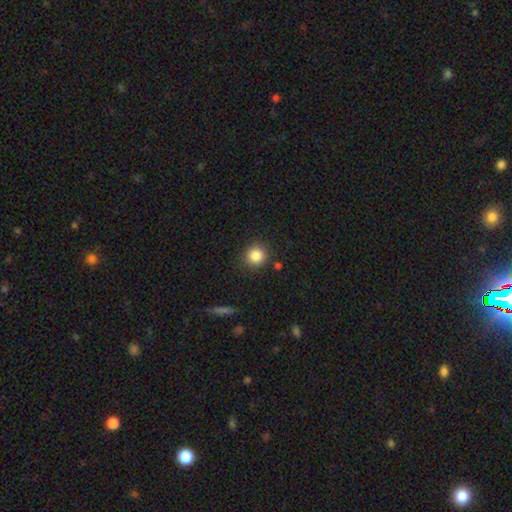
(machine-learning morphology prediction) Overall: smooth (85%). How rounded: round (91%). Merging: none (87%).